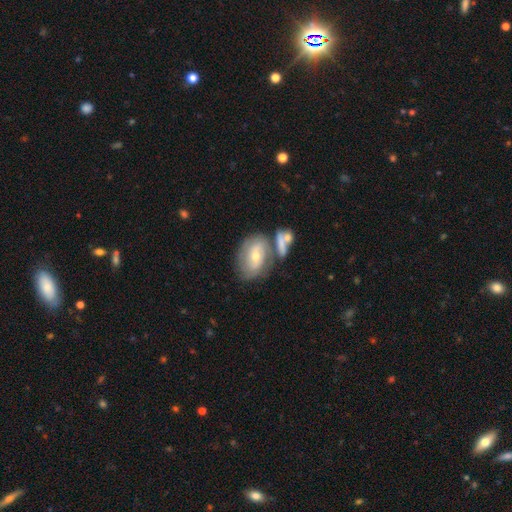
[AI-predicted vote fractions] Smooth or featured? Predicted: featured or disk (p=0.58). Edge-on disk? Predicted: no (p=0.94). Bar? Predicted: no (p=0.54). Spiral arms? Predicted: yes (p=0.71). Bulge size? Predicted: moderate (p=0.52). Merging? Predicted: none (p=0.46).